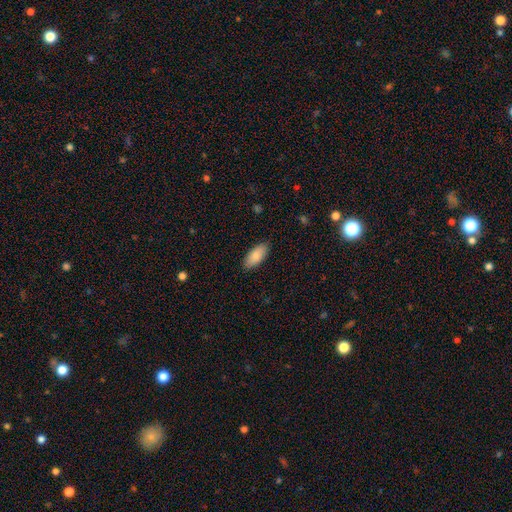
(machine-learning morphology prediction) This appears to be a smooth galaxy with no disk features (86%) that is in between round and cigar-shaped (88%). Merging: none (87%).